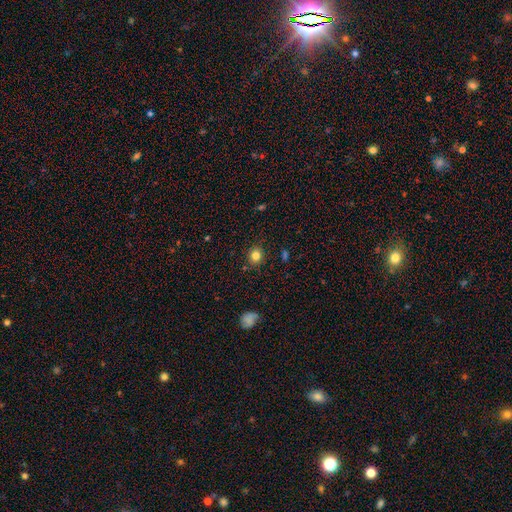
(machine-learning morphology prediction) Smooth or featured: smooth — 82% (star or artifact — 12%)
How rounded: round — 79% (in between — 20%)
Merging: none — 87% (minor disturbance — 9%)